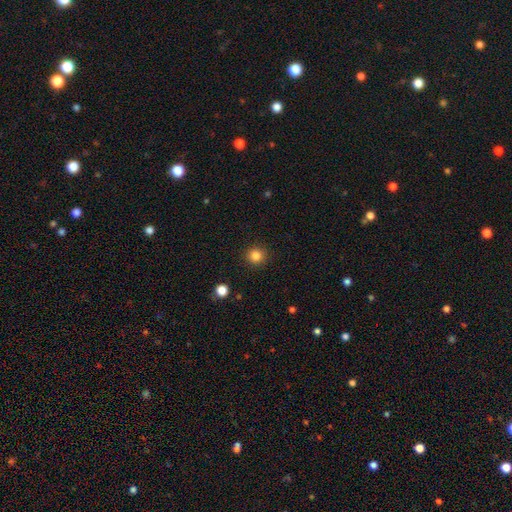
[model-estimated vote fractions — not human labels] smooth-or-featured: smooth: 84% | star or artifact: 12% | featured or disk: 4%
  how-rounded: round: 93% | in between: 6% | cigar-shaped: 1%
  merging: none: 91% | minor disturbance: 5% | major disturbance: 2% | merger: 1%